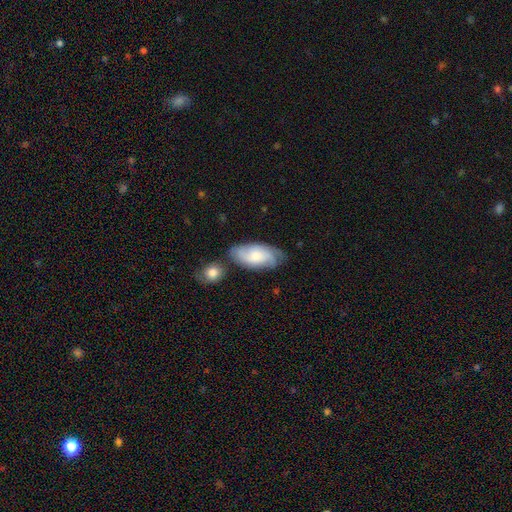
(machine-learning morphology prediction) Smooth or featured?
  - smooth: 51% *
  - featured or disk: 42%
  - star or artifact: 6%
How rounded?
  - in between: 90% *
  - cigar-shaped: 6%
  - round: 3%
Merging?
  - none: 63% *
  - minor disturbance: 22%
  - merger: 10%
  - major disturbance: 6%